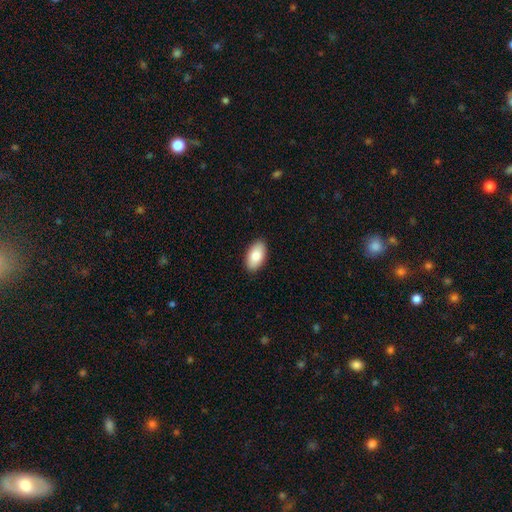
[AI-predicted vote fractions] smooth 82%, featured or disk 12%, star or artifact 6%. Down the decision tree: how rounded — in between (95%); merging — none (90%).